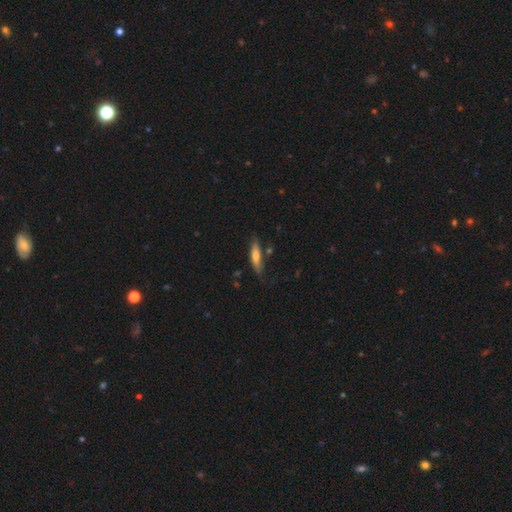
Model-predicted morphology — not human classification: A smooth galaxy with no disk features (65%) that is cigar-shaped (75%). Merging: none (68%).